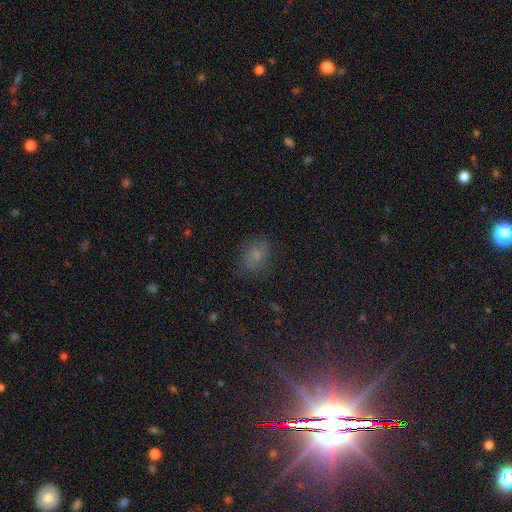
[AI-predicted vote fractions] smooth-or-featured: smooth: 70% | star or artifact: 19% | featured or disk: 11%
  how-rounded: in between: 59% | round: 39% | cigar-shaped: 1%
  merging: none: 75% | minor disturbance: 18% | major disturbance: 6% | merger: 1%